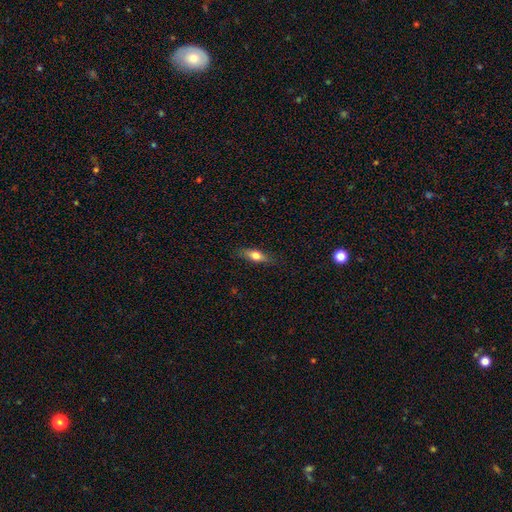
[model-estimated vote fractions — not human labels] Smooth or featured? smooth (64%)
How rounded? in between (52%)
Merging? none (81%)